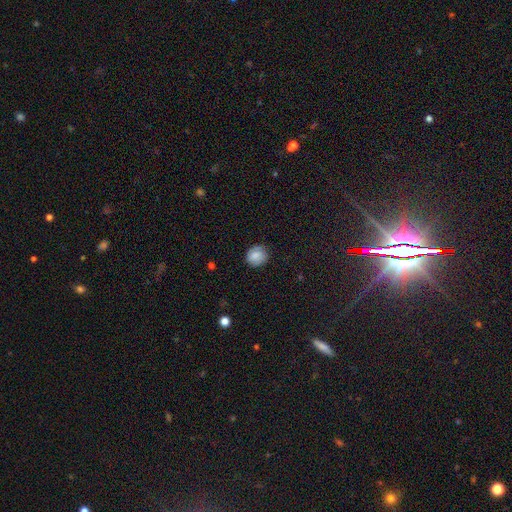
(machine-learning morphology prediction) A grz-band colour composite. It shows a smooth galaxy with no disk features (79%) that is round (76%). Merging: none (78%).